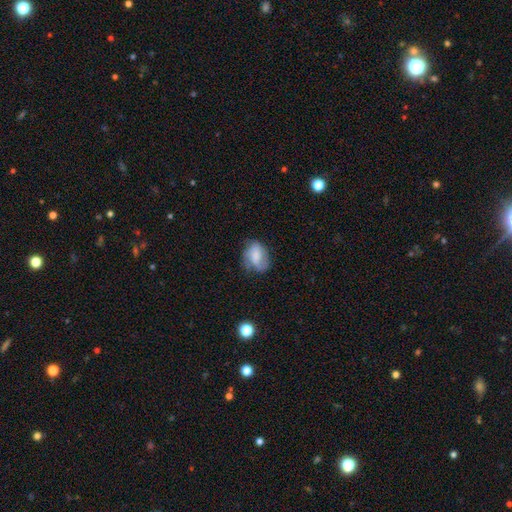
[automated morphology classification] This appears to be a smooth galaxy with no disk features (63%) that is in between round and cigar-shaped (76%). Merging: none (52%).